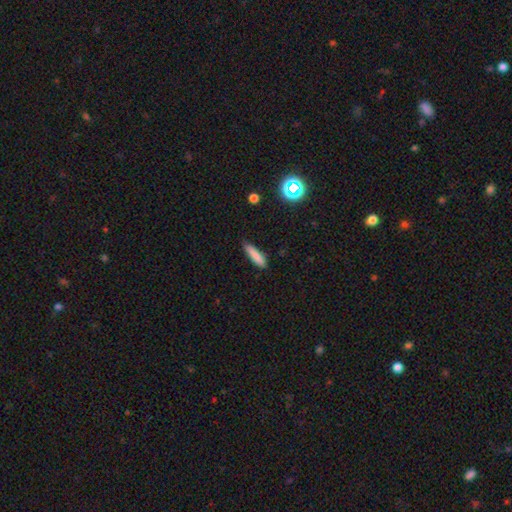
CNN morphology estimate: The model was most divided on "how rounded": cigar-shaped: 77%, in between: 21%, round: 2%. More confident: smooth or featured — smooth (83%); merging — none (81%).